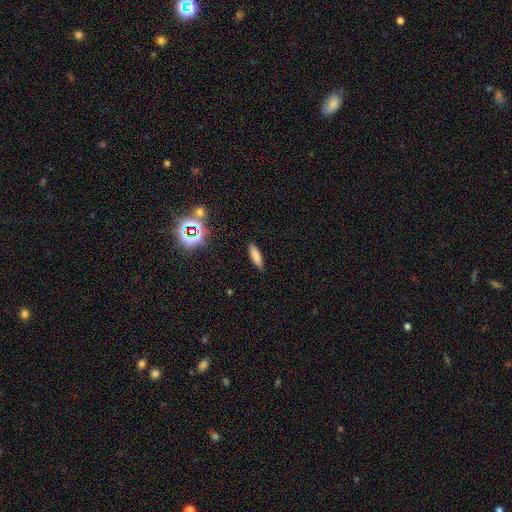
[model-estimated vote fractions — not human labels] The model was most divided on "how rounded": cigar-shaped: 61%, in between: 36%, round: 2%. More confident: merging — none (88%); smooth or featured — smooth (78%).